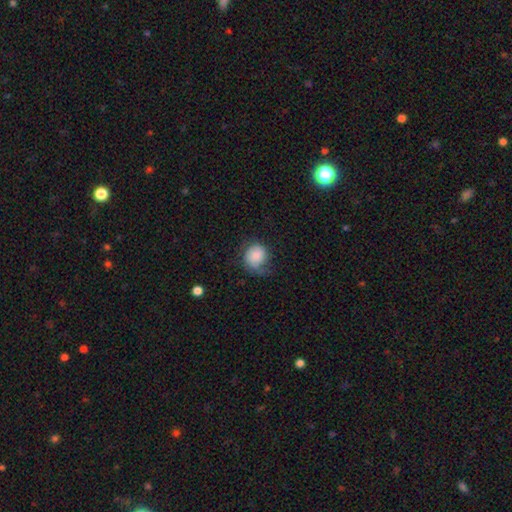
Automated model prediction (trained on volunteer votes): The model was most divided on "merging": none: 52%, minor disturbance: 28%, major disturbance: 18%, merger: 2%. More confident: how rounded — round (77%); smooth or featured — smooth (72%).